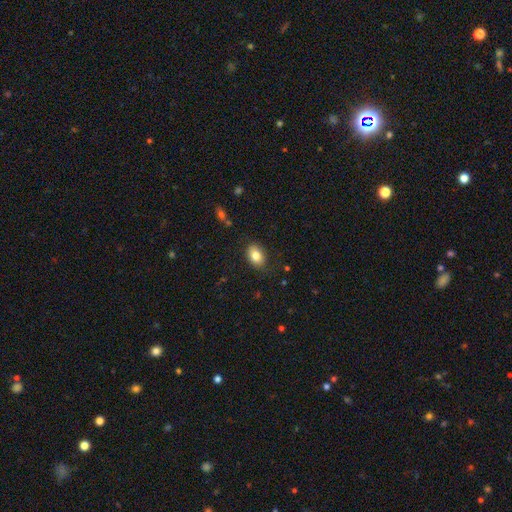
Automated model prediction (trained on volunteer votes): smooth-or-featured: smooth: 82% | featured or disk: 10% | star or artifact: 8%
  how-rounded: in between: 82% | round: 17% | cigar-shaped: 1%
  merging: none: 82% | minor disturbance: 13% | major disturbance: 3% | merger: 1%